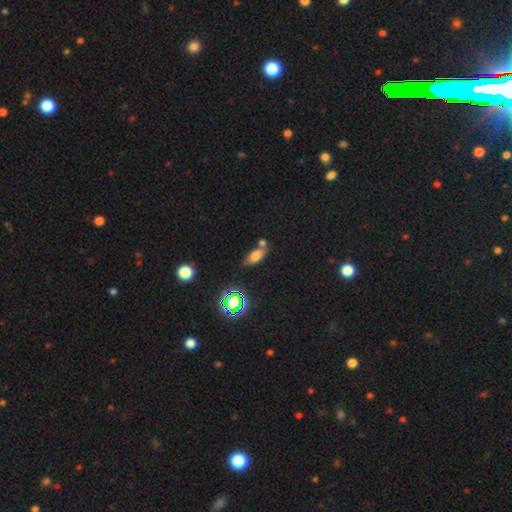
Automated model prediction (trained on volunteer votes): This appears to be a smooth galaxy with no disk features (67%) that is in between round and cigar-shaped (82%). Merging: none (55%).